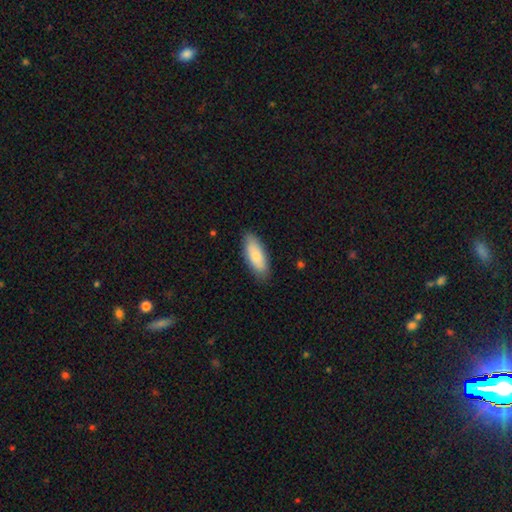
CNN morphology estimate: smooth-or-featured: smooth: 81% | featured or disk: 13% | star or artifact: 5%
  how-rounded: in between: 74% | cigar-shaped: 24% | round: 2%
  merging: none: 85% | minor disturbance: 12% | major disturbance: 2% | merger: 1%